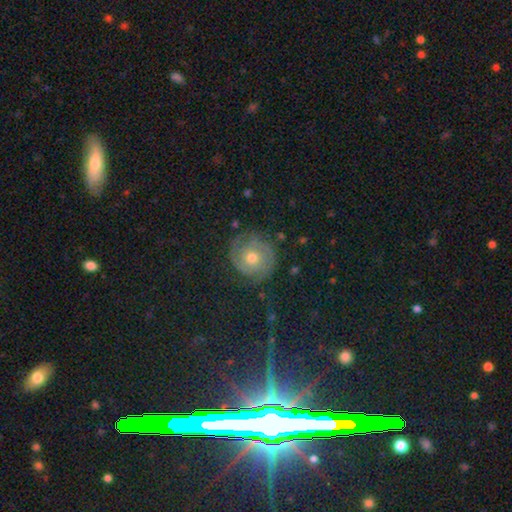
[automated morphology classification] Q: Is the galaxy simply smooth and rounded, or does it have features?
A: featured or disk — 64%.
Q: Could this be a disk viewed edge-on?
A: no — 97%.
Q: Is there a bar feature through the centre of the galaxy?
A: no — 79%.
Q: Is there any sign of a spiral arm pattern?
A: yes — 90%.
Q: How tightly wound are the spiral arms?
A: tight — 72%.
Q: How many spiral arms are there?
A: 2 — 42%.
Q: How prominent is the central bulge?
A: moderate — 68%.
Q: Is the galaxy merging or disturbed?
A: none — 81%.